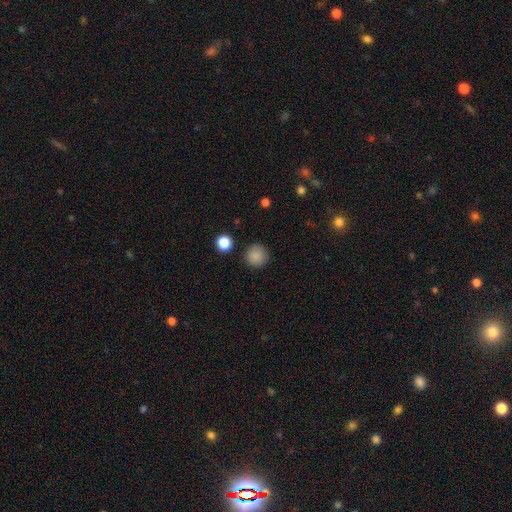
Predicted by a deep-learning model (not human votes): A smooth galaxy with no disk features (86%) that is round (95%).

Vote fractions:
- Smooth or featured? smooth: 86% / star or artifact: 10% / featured or disk: 4%
- How rounded? round: 95% / in between: 4% / cigar-shaped: 1%
- Merging? none: 90% / minor disturbance: 7% / major disturbance: 2% / merger: 2%